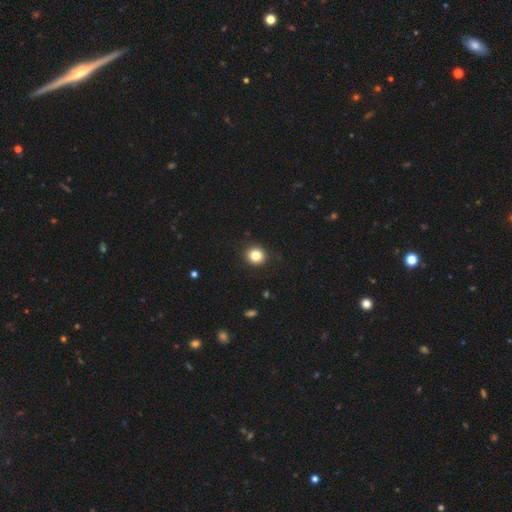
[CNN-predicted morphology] smooth_or_featured: smooth (p=0.83) [alt: star or artifact p=0.11]
how_rounded: round (p=0.89) [alt: in between p=0.10]
merging: none (p=0.91) [alt: minor disturbance p=0.06]